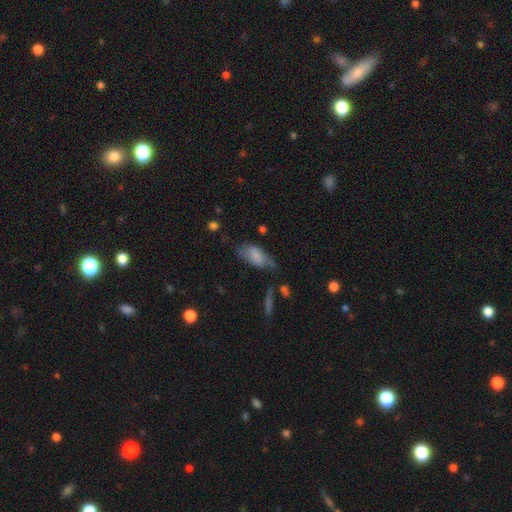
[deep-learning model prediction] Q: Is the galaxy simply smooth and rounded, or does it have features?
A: smooth — 73%.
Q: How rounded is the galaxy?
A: in between — 91%.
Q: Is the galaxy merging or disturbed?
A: none — 39%.